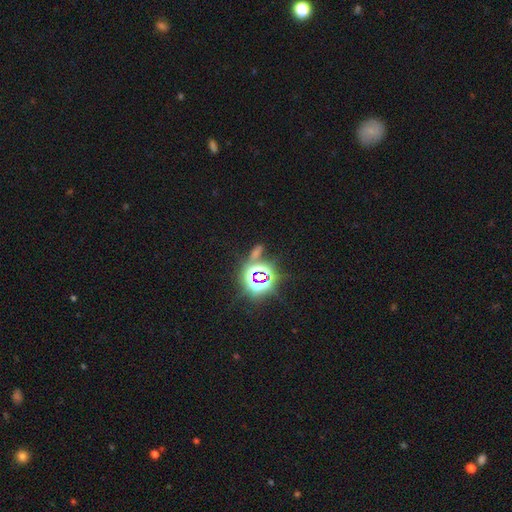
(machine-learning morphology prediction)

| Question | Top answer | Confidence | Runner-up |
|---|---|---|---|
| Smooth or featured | star or artifact | 80% | smooth (12%) |